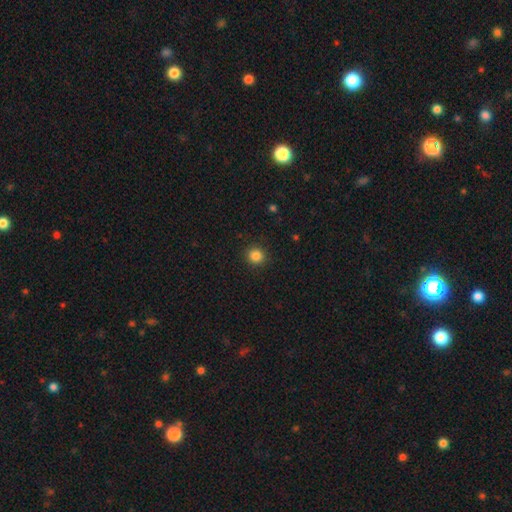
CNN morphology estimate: smooth_or_featured: smooth (p=0.85) [alt: star or artifact p=0.11]
how_rounded: round (p=0.91) [alt: in between p=0.08]
merging: none (p=0.91) [alt: minor disturbance p=0.06]